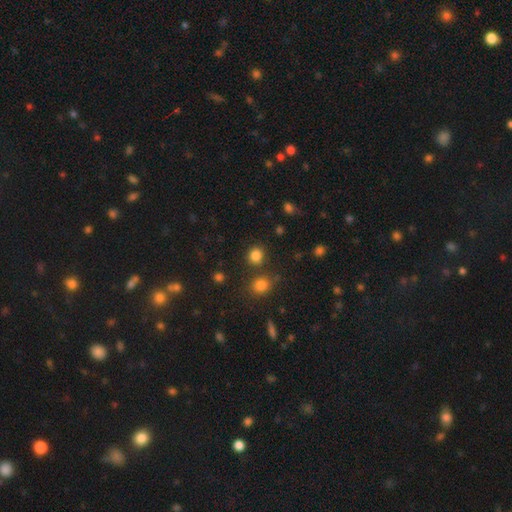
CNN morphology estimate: Overall: smooth (83%). How rounded: round (84%). Merging: none (79%).